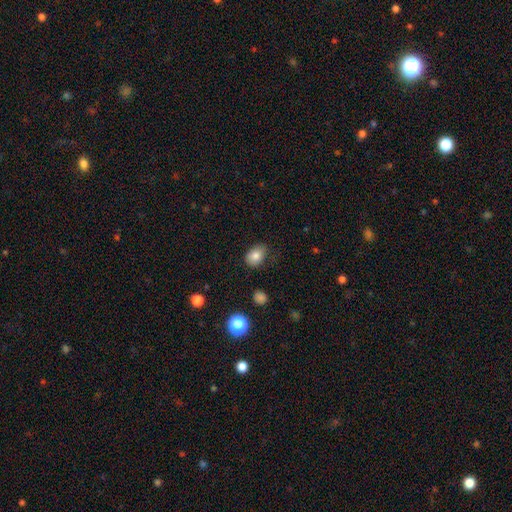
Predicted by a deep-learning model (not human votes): Smooth or featured?
  - smooth: 81% *
  - star or artifact: 10%
  - featured or disk: 8%
How rounded?
  - in between: 73% *
  - round: 26%
  - cigar-shaped: 1%
Merging?
  - none: 75% *
  - minor disturbance: 19%
  - major disturbance: 4%
  - merger: 1%